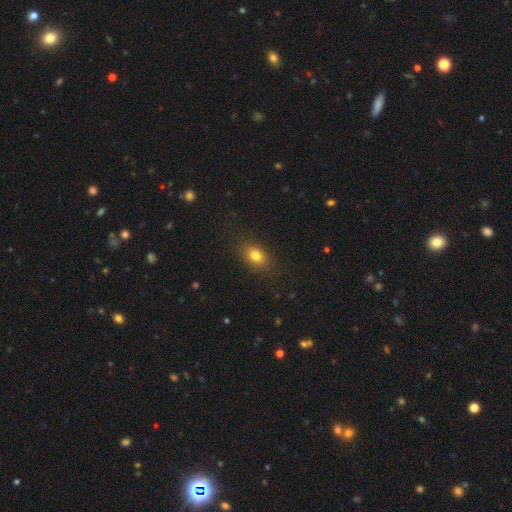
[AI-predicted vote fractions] smooth_or_featured: smooth (p=0.80) [alt: star or artifact p=0.11]
how_rounded: in between (p=0.71) [alt: round p=0.27]
merging: none (p=0.86) [alt: minor disturbance p=0.10]